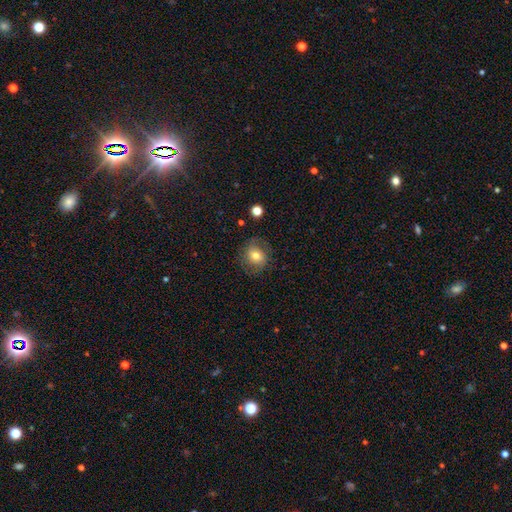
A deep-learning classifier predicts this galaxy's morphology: Smooth or featured? smooth (66%)
How rounded? round (71%)
Merging? none (77%)